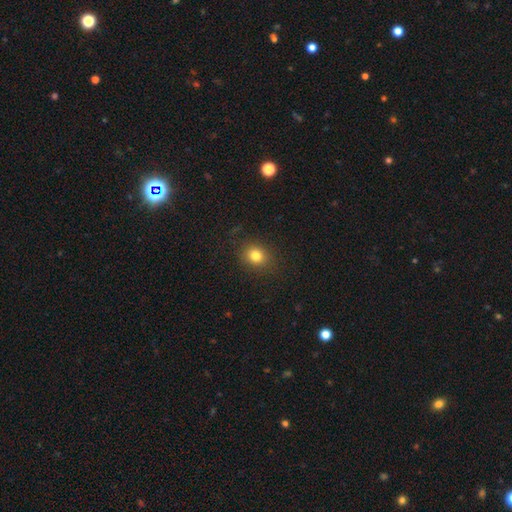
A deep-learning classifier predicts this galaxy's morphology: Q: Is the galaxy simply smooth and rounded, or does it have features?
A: smooth — 80%.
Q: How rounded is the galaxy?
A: round — 64%.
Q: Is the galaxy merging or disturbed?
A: none — 86%.